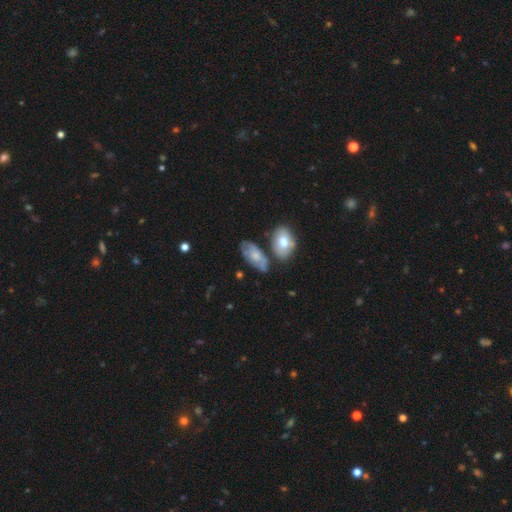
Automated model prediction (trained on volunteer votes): Smooth or featured? smooth (47%)
Merging? none (53%)